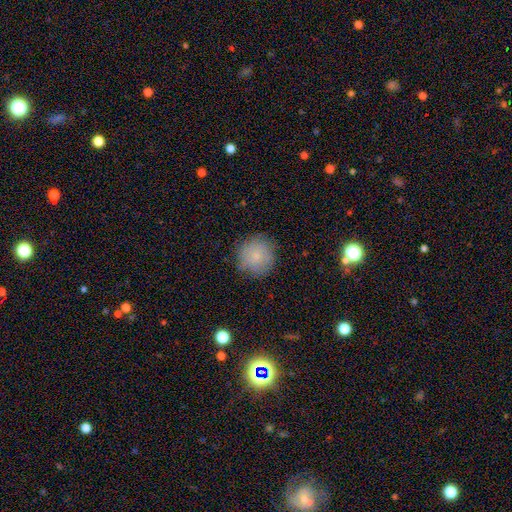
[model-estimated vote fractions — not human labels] The model was most divided on "merging": none: 79%, minor disturbance: 15%, major disturbance: 4%, merger: 1%. More confident: how rounded — round (94%); smooth or featured — smooth (80%).